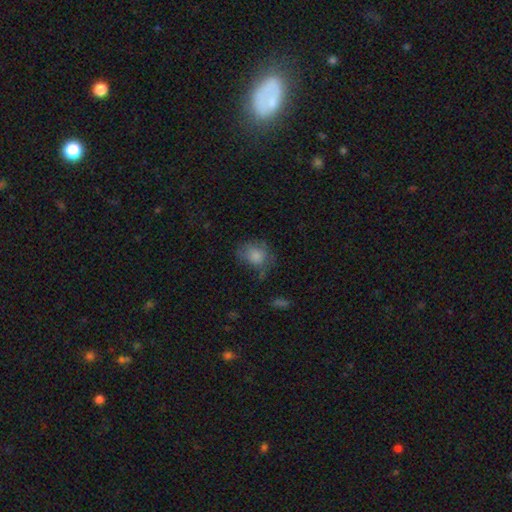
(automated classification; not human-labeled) A smooth galaxy with no disk features (73%) that is round (57%). Merging: none (54%).